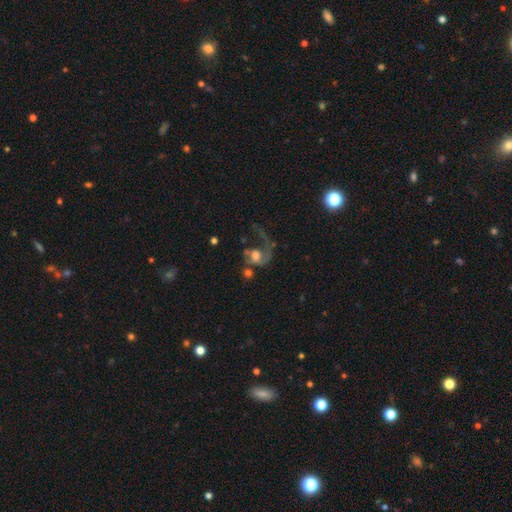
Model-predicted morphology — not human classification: The model was most divided on "bulge size": moderate: 46%, large: 32%, small: 11%, none: 6%, dominant: 5%. Remaining: edge-on disk — no (97%); spiral arms — yes (76%); bar — no (68%); smooth or featured — featured or disk (62%); merging — major disturbance (49%).